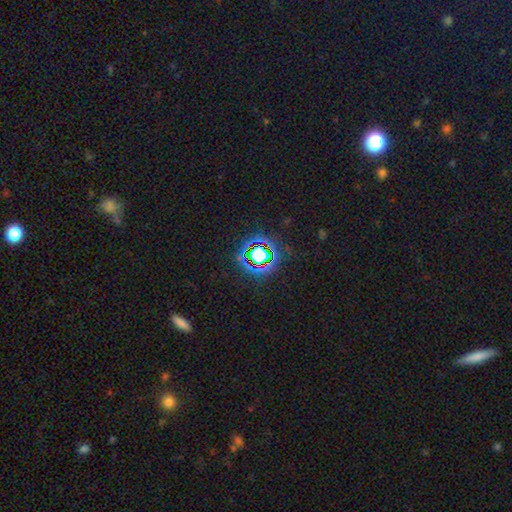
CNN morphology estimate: Smooth or featured?
  - star or artifact: 70% *
  - smooth: 19%
  - featured or disk: 11%